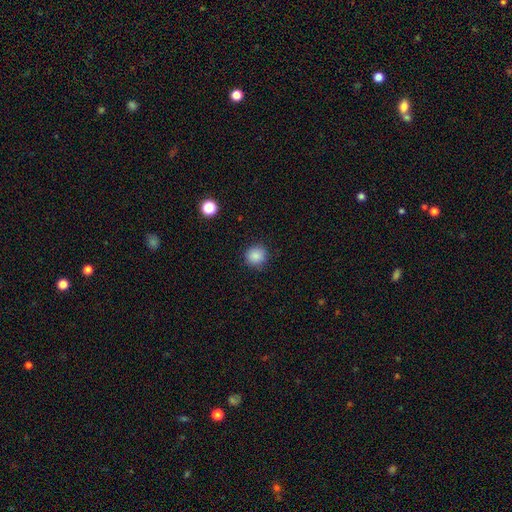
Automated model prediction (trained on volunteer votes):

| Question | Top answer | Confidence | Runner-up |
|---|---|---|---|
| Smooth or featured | smooth | 86% | star or artifact (10%) |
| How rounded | round | 90% | in between (9%) |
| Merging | none | 88% | minor disturbance (9%) |